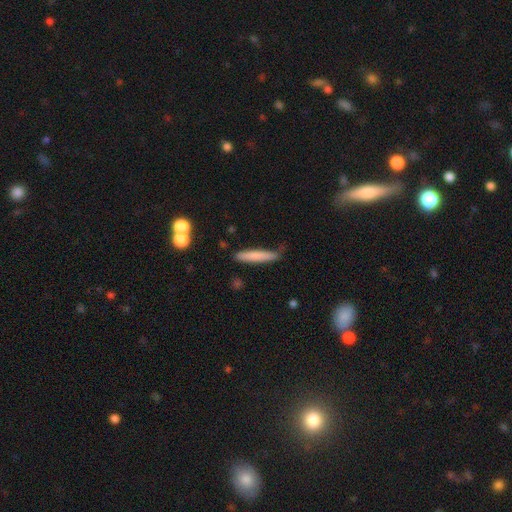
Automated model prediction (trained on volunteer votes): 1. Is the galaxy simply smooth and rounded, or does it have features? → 75% smooth, 18% featured or disk, 7% star or artifact.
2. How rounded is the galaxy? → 92% cigar-shaped, 7% in between, 1% round.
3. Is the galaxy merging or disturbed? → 78% none, 16% minor disturbance, 3% major disturbance, 3% merger.